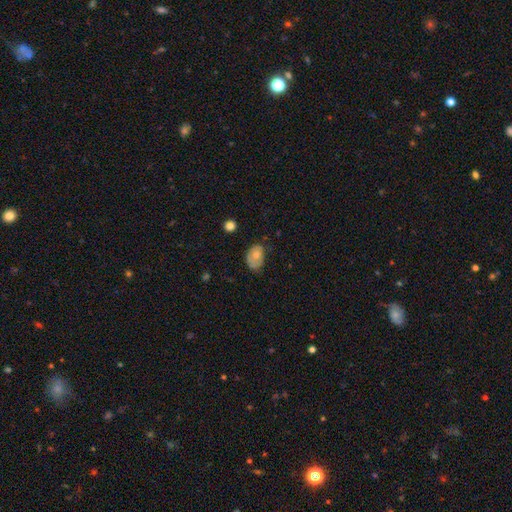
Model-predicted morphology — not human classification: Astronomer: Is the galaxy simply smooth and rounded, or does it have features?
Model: smooth — 66%.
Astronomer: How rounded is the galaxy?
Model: in between — 78%.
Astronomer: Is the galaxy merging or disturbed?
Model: none — 45% (runner-up: minor disturbance, 35%).